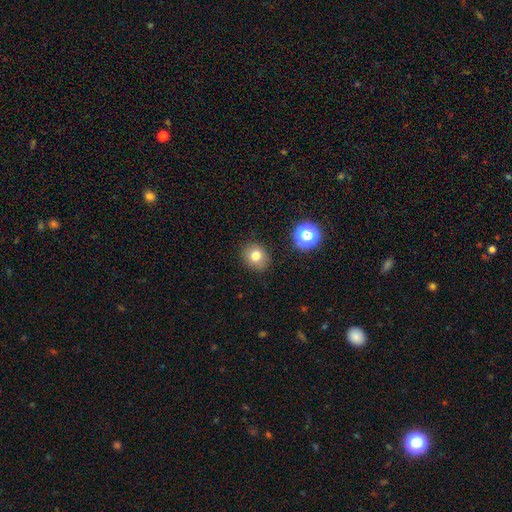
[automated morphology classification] Overall: smooth (77%). How rounded: round (76%). Merging: none (88%).